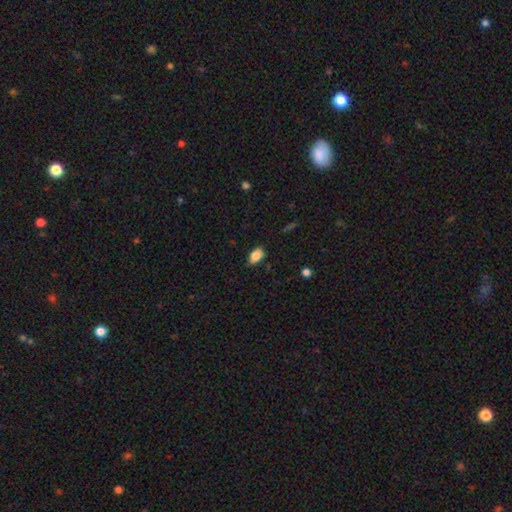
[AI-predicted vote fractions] smooth 85%, star or artifact 8%, featured or disk 6%. Down the decision tree: how rounded — in between (91%); merging — none (82%).